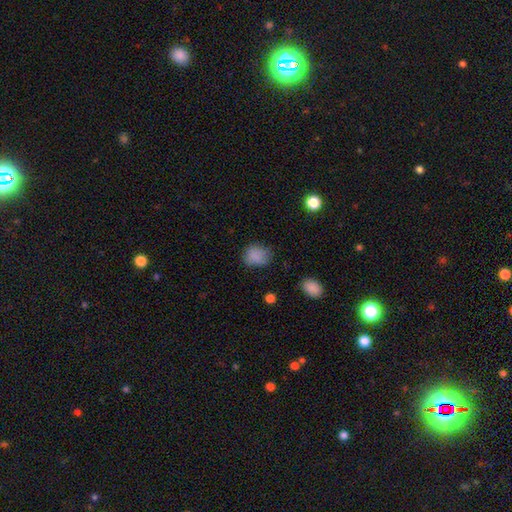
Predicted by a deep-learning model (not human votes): Q: Smooth or featured?
A: smooth (82%); runner-up: star or artifact (11%)
Q: How rounded?
A: in between (50%); runner-up: round (49%)
Q: Merging?
A: none (66%); runner-up: minor disturbance (23%)